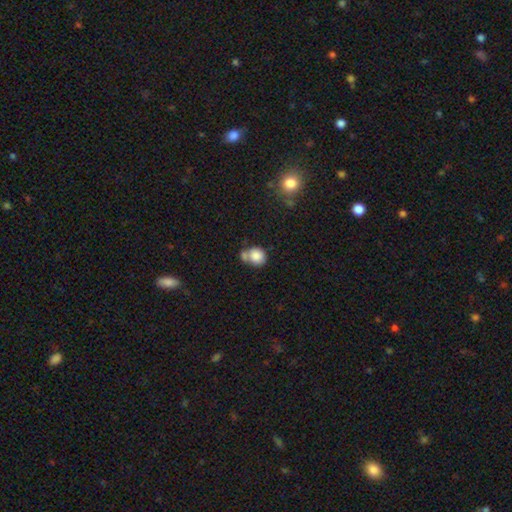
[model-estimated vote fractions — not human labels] smooth_or_featured: smooth (p=0.83) [alt: star or artifact p=0.09]
how_rounded: round (p=0.77) [alt: in between p=0.22]
merging: none (p=0.42) [alt: merger p=0.39]